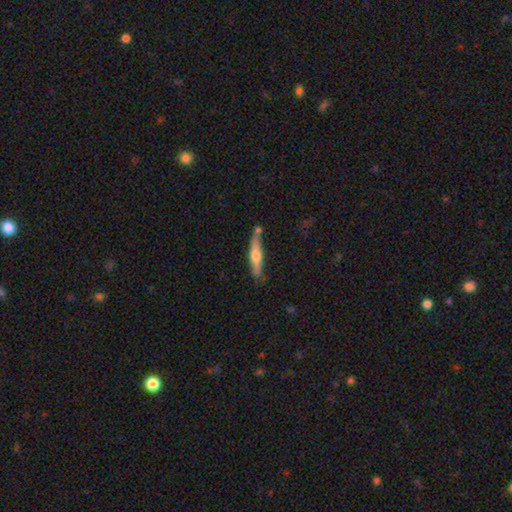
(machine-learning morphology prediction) This is possibly a featured or disk galaxy (49%). Merging: likely none (71%).